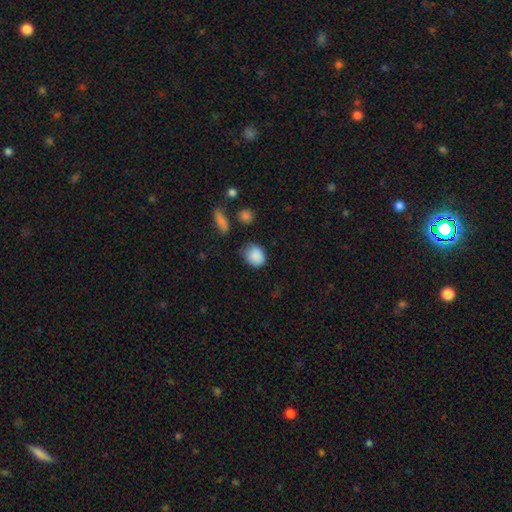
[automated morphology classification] Q: Smooth or featured?
A: smooth (87%); runner-up: star or artifact (9%)
Q: How rounded?
A: round (61%); runner-up: in between (38%)
Q: Merging?
A: none (65%); runner-up: minor disturbance (25%)